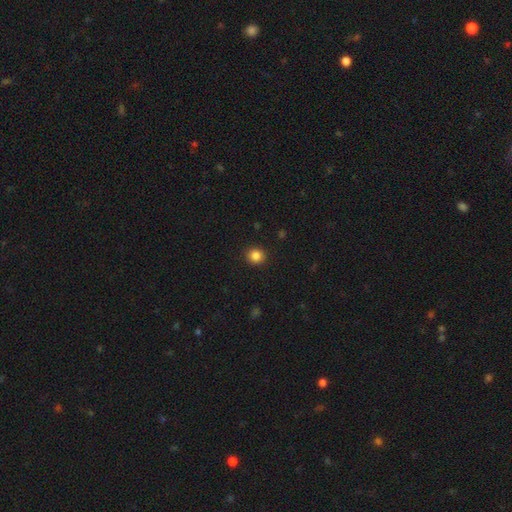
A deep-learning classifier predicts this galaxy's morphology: Smooth or featured: smooth — 86% (star or artifact — 11%)
How rounded: round — 89% (in between — 10%)
Merging: none — 91% (minor disturbance — 6%)